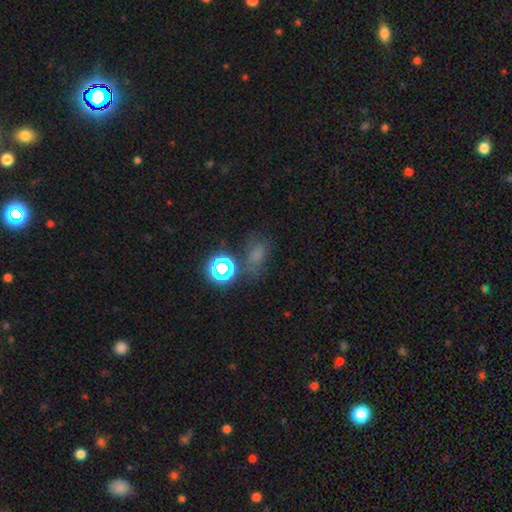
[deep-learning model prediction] The model was most divided on "smooth or featured": smooth: 56%, star or artifact: 32%, featured or disk: 11%. More confident: how rounded — in between (61%); merging — none (57%).